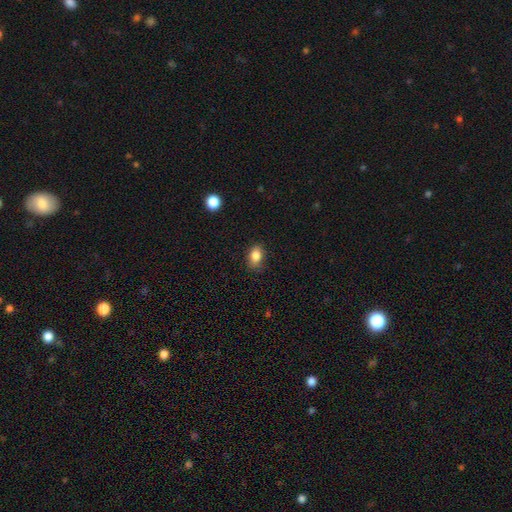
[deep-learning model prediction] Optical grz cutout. It shows a smooth galaxy with no disk features (86%) that is in between round and cigar-shaped (80%). Merging: none (79%).